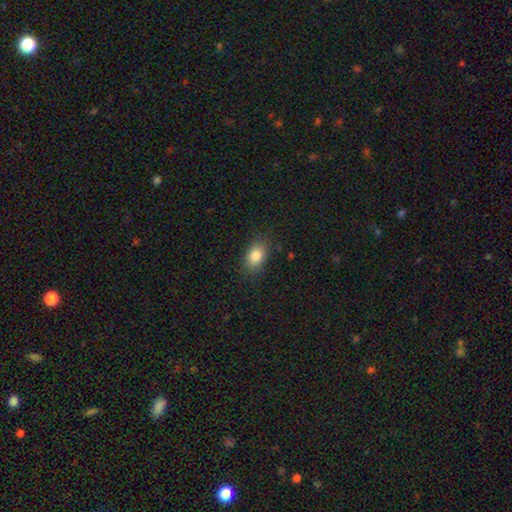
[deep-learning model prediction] Smooth or featured? smooth (84%)
How rounded? in between (82%)
Merging? none (84%)